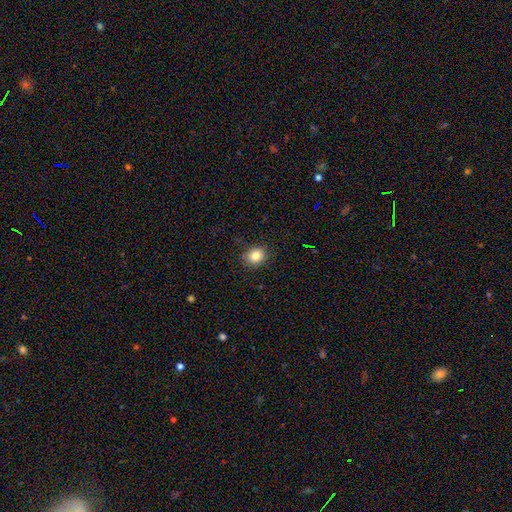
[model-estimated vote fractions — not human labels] Smooth or featured? smooth (83%)
How rounded? round (69%)
Merging? none (87%)